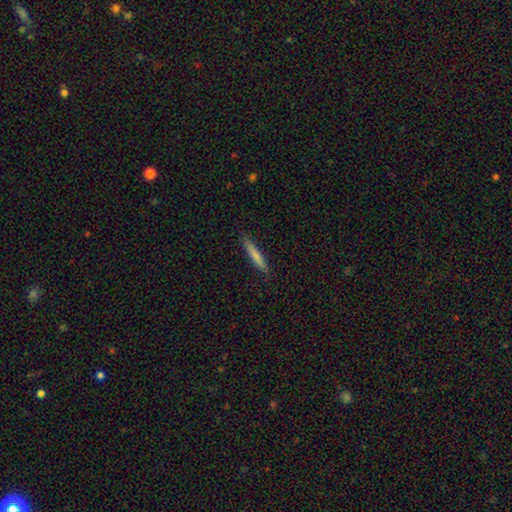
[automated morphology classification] This appears to be a smooth galaxy with no disk features (73%) that is cigar-shaped (94%). Merging: none (88%).